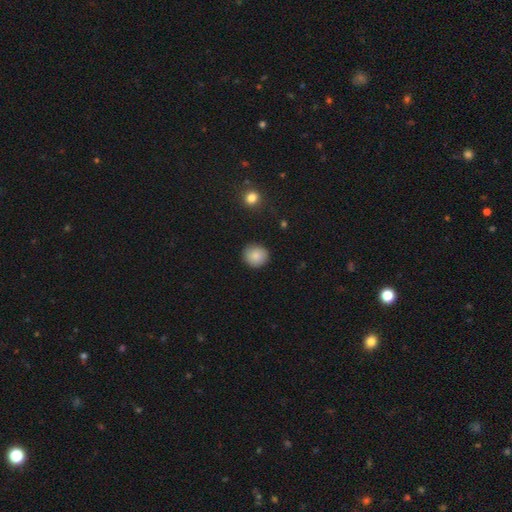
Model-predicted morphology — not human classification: This appears to be a smooth galaxy with no disk features (87%) that is round (89%). Merging: none (89%).